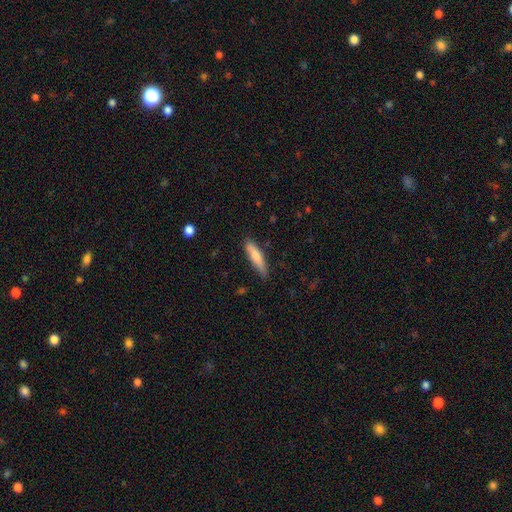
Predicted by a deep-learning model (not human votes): smooth 77%, featured or disk 18%, star or artifact 6%. Down the decision tree: how rounded — cigar-shaped (76%); merging — none (79%).